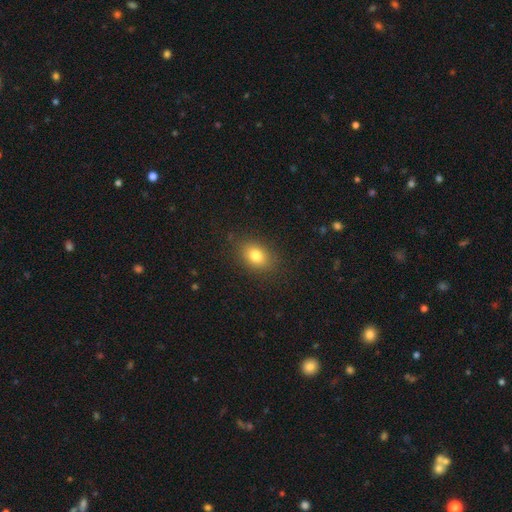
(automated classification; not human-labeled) Smooth or featured? Predicted: smooth (p=0.80). How rounded? Predicted: in between (p=0.73). Merging? Predicted: none (p=0.85).